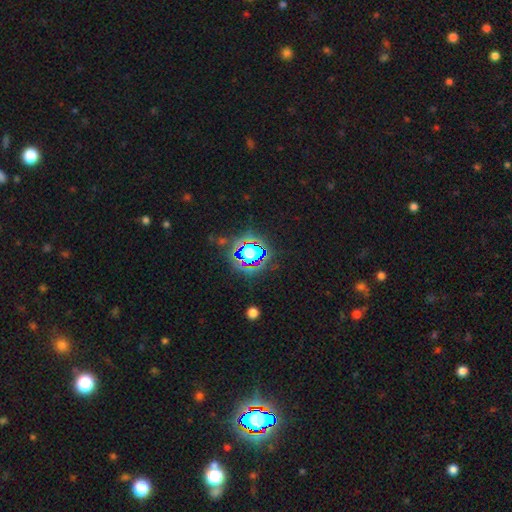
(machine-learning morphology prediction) Q: Smooth or featured?
A: star or artifact (81%); runner-up: smooth (12%)